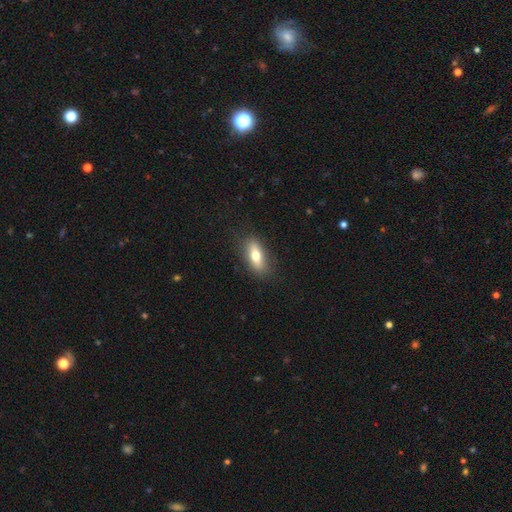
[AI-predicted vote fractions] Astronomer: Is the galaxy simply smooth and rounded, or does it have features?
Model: smooth — 67%.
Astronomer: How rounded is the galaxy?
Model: in between — 71%.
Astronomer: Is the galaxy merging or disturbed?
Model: none — 85%.